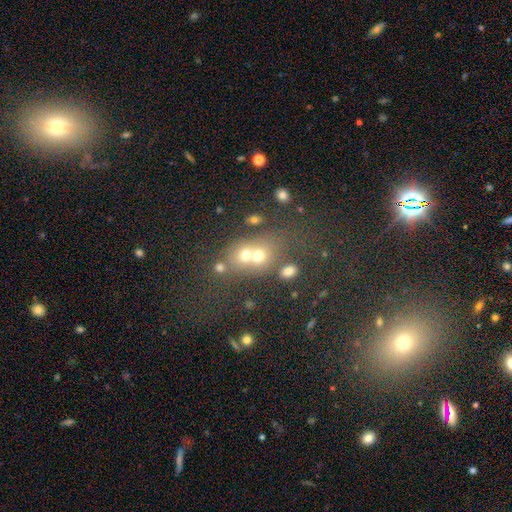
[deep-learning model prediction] This appears to be a smooth galaxy with no disk features (45%). Merging: merger (42%).